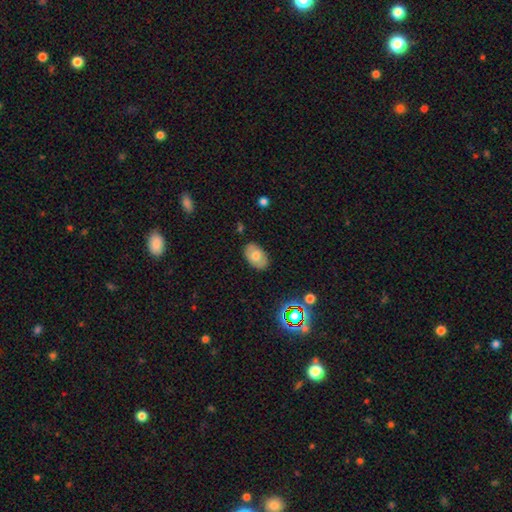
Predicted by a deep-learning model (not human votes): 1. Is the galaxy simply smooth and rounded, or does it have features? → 65% smooth, 25% featured or disk, 10% star or artifact.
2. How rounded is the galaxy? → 88% in between, 11% round, 1% cigar-shaped.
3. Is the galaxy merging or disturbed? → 83% none, 13% minor disturbance, 3% major disturbance, 1% merger.